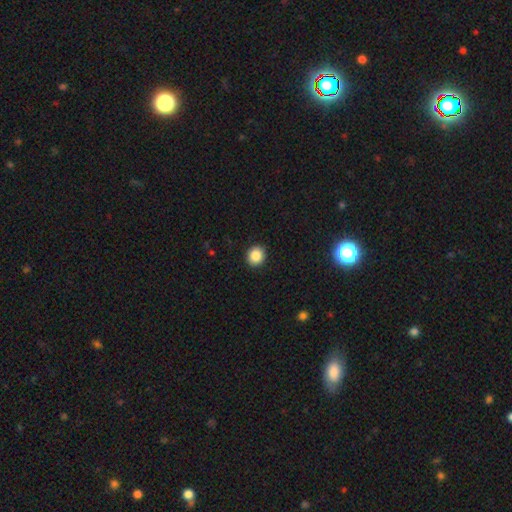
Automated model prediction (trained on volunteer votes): Smooth or featured?
  - smooth: 87% *
  - star or artifact: 9%
  - featured or disk: 4%
How rounded?
  - round: 83% *
  - in between: 16%
  - cigar-shaped: 1%
Merging?
  - none: 92% *
  - minor disturbance: 5%
  - major disturbance: 2%
  - merger: 1%